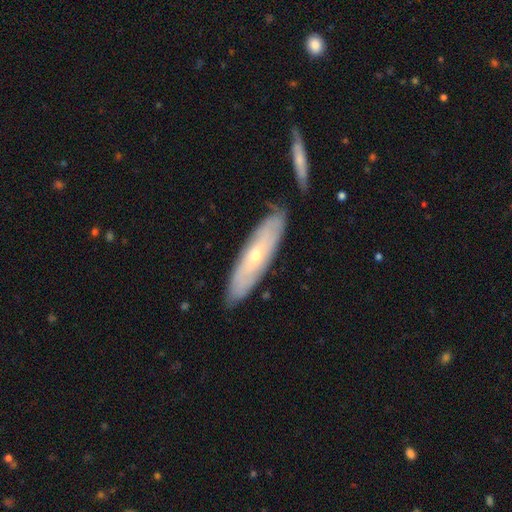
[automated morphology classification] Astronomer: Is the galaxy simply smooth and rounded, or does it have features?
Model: featured or disk — 58% (runner-up: smooth, 36%).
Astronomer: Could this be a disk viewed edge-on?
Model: no — 59% (runner-up: yes, 41%).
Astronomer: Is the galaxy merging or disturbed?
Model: none — 82%.